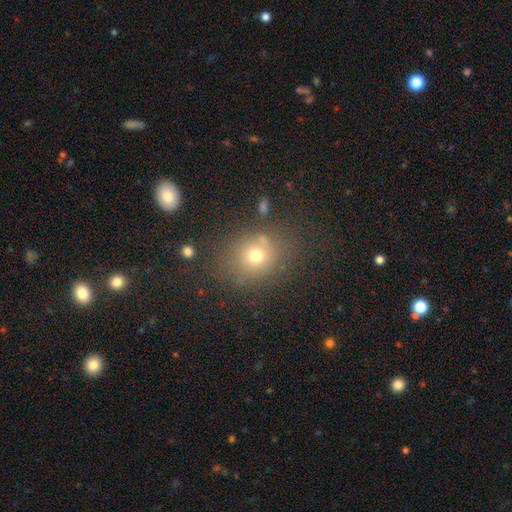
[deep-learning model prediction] This appears to be a smooth galaxy with no disk features (69%) that is round (70%). Merging: none (75%).